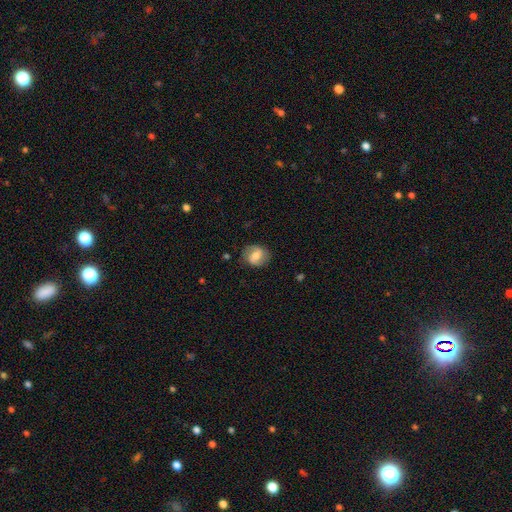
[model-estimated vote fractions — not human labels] Morphology: type=smooth (55%); roundness=round (63%); merging=none (76%).